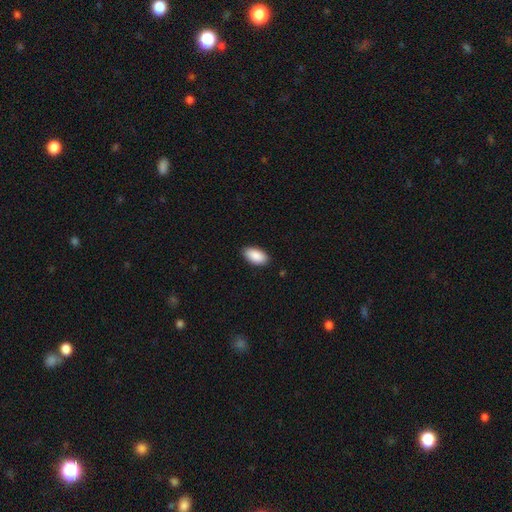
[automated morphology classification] Smooth or featured? smooth (91%)
How rounded? in between (95%)
Merging? none (88%)